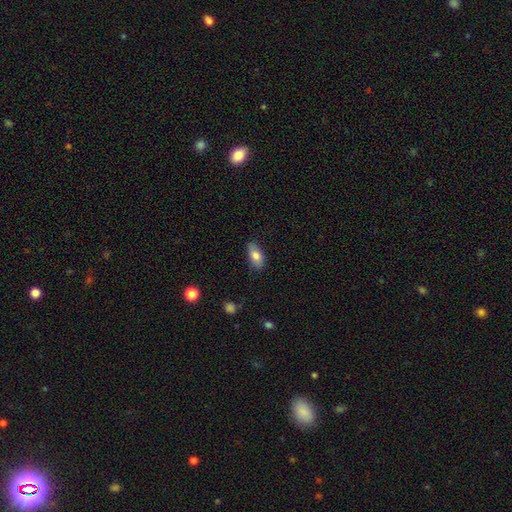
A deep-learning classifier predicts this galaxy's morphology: smooth-or-featured: smooth: 79% | featured or disk: 14% | star or artifact: 7%
  how-rounded: in between: 88% | cigar-shaped: 8% | round: 4%
  merging: none: 79% | minor disturbance: 17% | major disturbance: 3% | merger: 1%